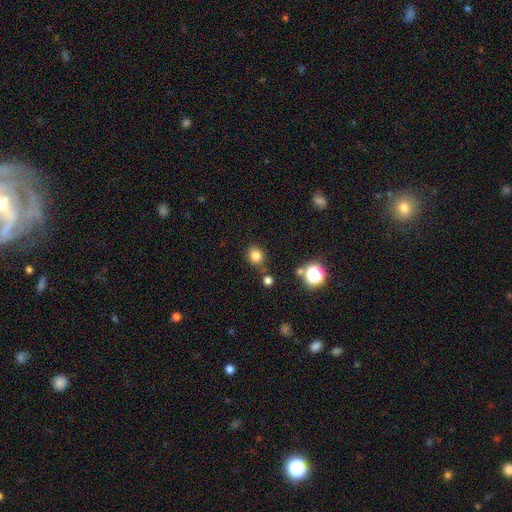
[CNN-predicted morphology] Q: Smooth or featured?
A: smooth (80%); runner-up: star or artifact (15%)
Q: How rounded?
A: round (78%); runner-up: in between (21%)
Q: Merging?
A: none (77%); runner-up: minor disturbance (13%)